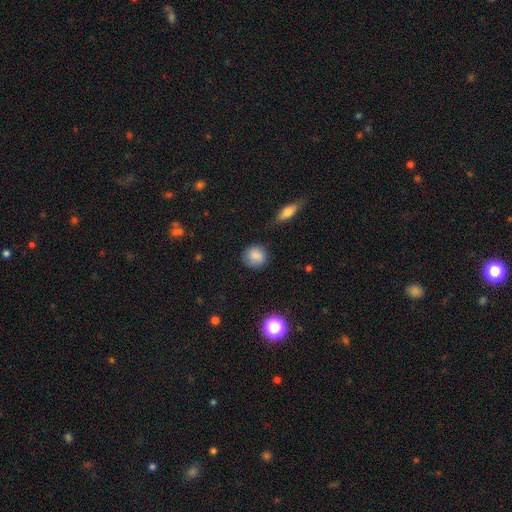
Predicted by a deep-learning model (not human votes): A smooth galaxy with no disk features (84%) that is round (82%).

Vote fractions:
- Smooth or featured? smooth: 84% / star or artifact: 9% / featured or disk: 7%
- How rounded? round: 82% / in between: 16% / cigar-shaped: 1%
- Merging? none: 80% / minor disturbance: 14% / major disturbance: 3% / merger: 2%